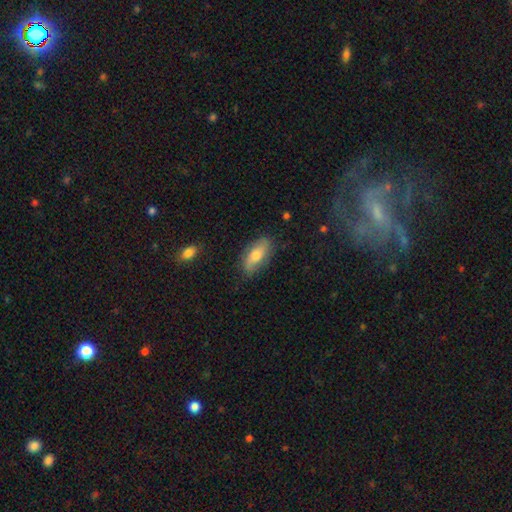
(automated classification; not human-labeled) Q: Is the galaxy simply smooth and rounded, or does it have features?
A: smooth — 65%.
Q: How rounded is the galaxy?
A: in between — 82%.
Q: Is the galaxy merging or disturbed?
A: none — 77%.